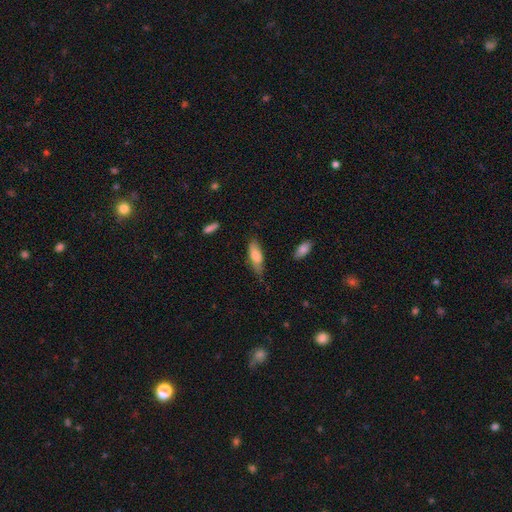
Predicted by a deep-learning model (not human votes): This appears to be a smooth galaxy with no disk features (75%) that is in between round and cigar-shaped (62%). Merging: none (59%).